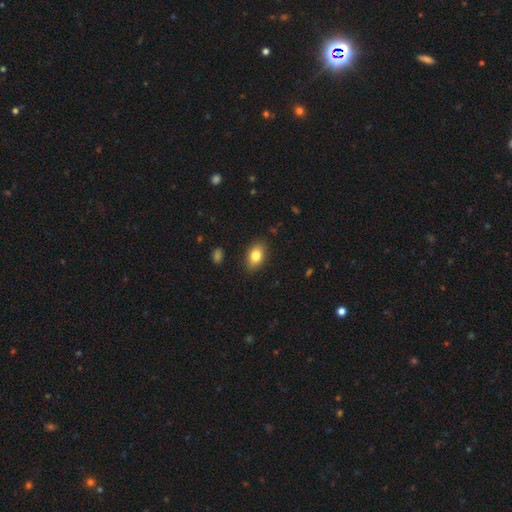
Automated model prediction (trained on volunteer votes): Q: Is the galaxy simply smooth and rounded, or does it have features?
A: smooth — 81%.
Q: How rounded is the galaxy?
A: in between — 85%.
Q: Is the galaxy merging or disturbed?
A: none — 86%.